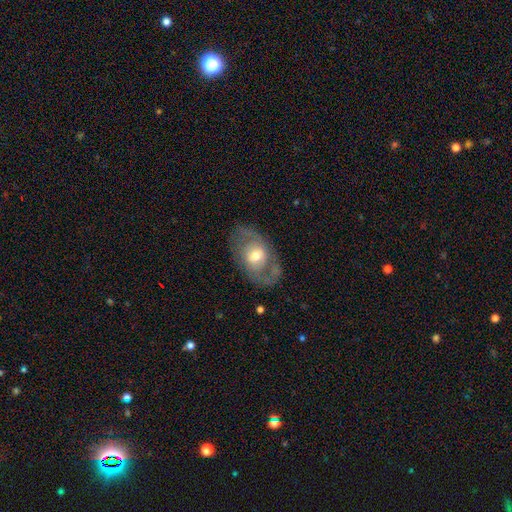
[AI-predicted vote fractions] A featured or disk galaxy (61%) with no bar (53%), spiral arms (54%) and a moderate central bulge (63%).

Vote fractions:
- Smooth or featured? featured or disk: 61% / smooth: 32% / star or artifact: 7%
- Edge-on disk? no: 92% / yes: 8%
- Bar? no: 53% / weak: 35% / strong: 12%
- Spiral arms? yes: 54% / no: 46%
- Bulge size? moderate: 63% / small: 23% / large: 11% / dominant: 1% / none: 1%
- Merging? none: 72% / minor disturbance: 16% / major disturbance: 10% / merger: 2%